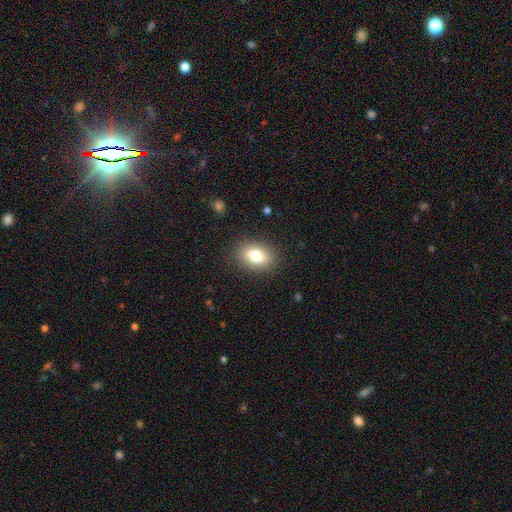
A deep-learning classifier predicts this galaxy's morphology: A smooth galaxy with no disk features (79%) that is in between round and cigar-shaped (79%). Merging: none (87%).